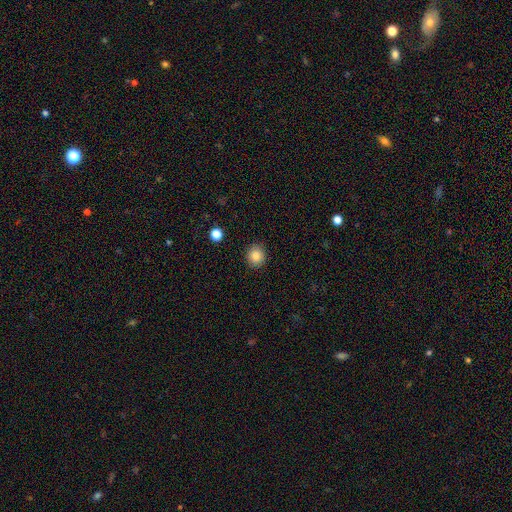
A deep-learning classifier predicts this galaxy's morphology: smooth-or-featured: smooth: 85% | star or artifact: 10% | featured or disk: 6%
  how-rounded: round: 83% | in between: 16% | cigar-shaped: 1%
  merging: none: 91% | minor disturbance: 6% | major disturbance: 2% | merger: 1%